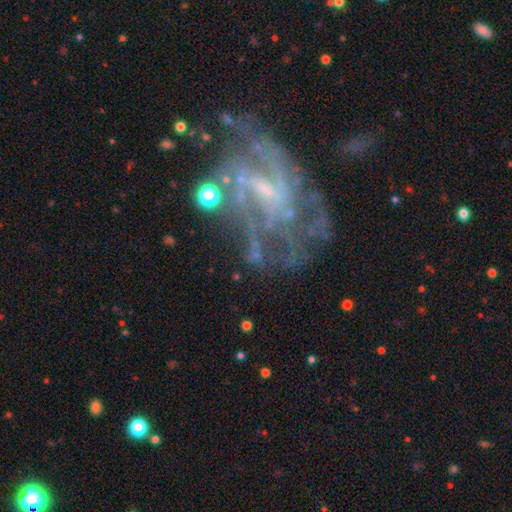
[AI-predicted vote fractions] Smooth or featured: featured or disk — 68% (star or artifact — 17%)
Edge-on disk: no — 96% (yes — 4%)
Bar: no — 45% (weak — 36%)
Spiral arms: yes — 74% (no — 26%)
Bulge size: small — 41% (none — 31%)
Merging: none — 50% (major disturbance — 25%)